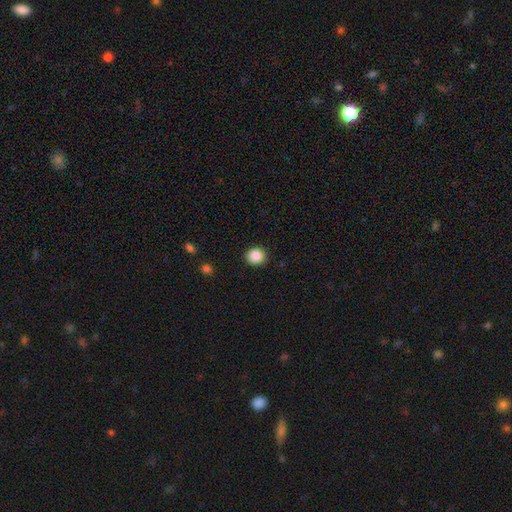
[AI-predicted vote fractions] smooth_or_featured: smooth (p=0.88) [alt: star or artifact p=0.09]
how_rounded: round (p=0.87) [alt: in between p=0.13]
merging: none (p=0.89) [alt: minor disturbance p=0.07]